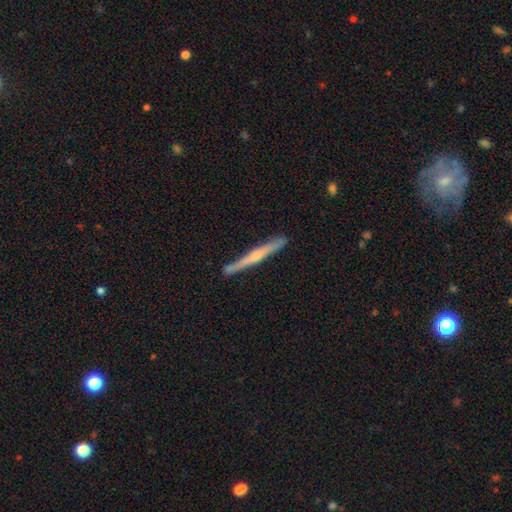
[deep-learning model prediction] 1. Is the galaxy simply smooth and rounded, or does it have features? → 63% featured or disk, 32% smooth, 5% star or artifact.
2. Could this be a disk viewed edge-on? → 97% yes, 3% no.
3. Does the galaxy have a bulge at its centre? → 63% rounded, 27% none, 10% boxy.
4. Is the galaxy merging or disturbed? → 87% none, 9% minor disturbance, 2% merger, 2% major disturbance.